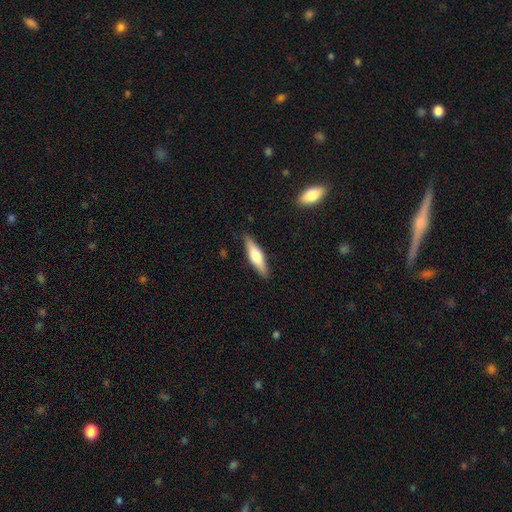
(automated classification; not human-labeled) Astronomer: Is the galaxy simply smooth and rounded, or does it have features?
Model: smooth — 55% (runner-up: featured or disk, 40%).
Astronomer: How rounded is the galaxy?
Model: cigar-shaped — 69%.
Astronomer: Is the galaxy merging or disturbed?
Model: none — 87%.